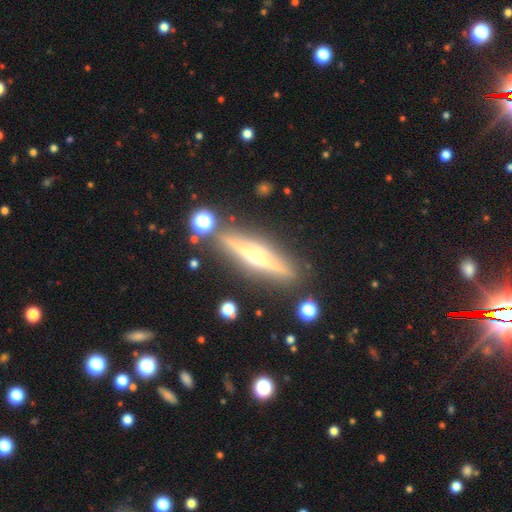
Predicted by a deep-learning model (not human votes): A featured or disk galaxy (80%) viewed edge-on (97%) with a rounded central bulge (89%).

Vote fractions:
- Smooth or featured? featured or disk: 80% / smooth: 13% / star or artifact: 7%
- Edge-on disk? yes: 97% / no: 3%
- Edge-on bulge? rounded: 89% / none: 7% / boxy: 4%
- Merging? none: 87% / minor disturbance: 8% / merger: 3% / major disturbance: 2%